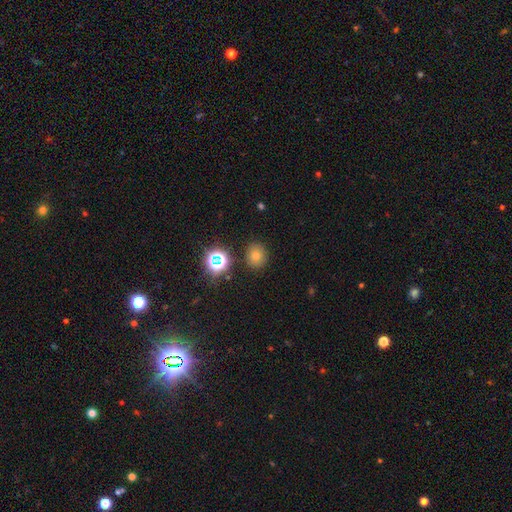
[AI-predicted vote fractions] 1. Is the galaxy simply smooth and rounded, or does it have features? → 68% smooth, 21% star or artifact, 11% featured or disk.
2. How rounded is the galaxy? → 76% round, 23% in between, 1% cigar-shaped.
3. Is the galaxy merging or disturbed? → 86% none, 8% minor disturbance, 3% merger, 3% major disturbance.